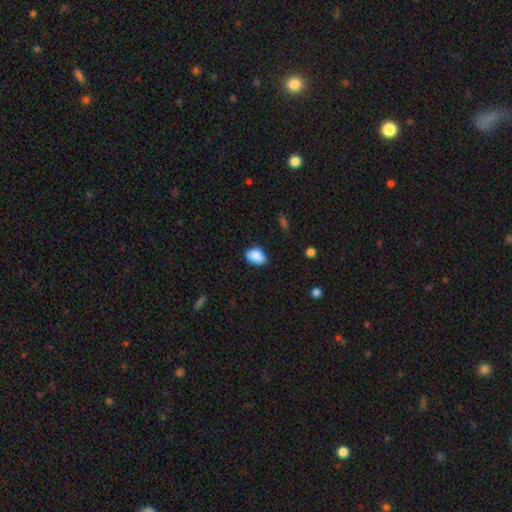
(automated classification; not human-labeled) Q: Smooth or featured?
A: smooth (87%); runner-up: star or artifact (8%)
Q: How rounded?
A: in between (83%); runner-up: round (16%)
Q: Merging?
A: none (72%); runner-up: minor disturbance (23%)